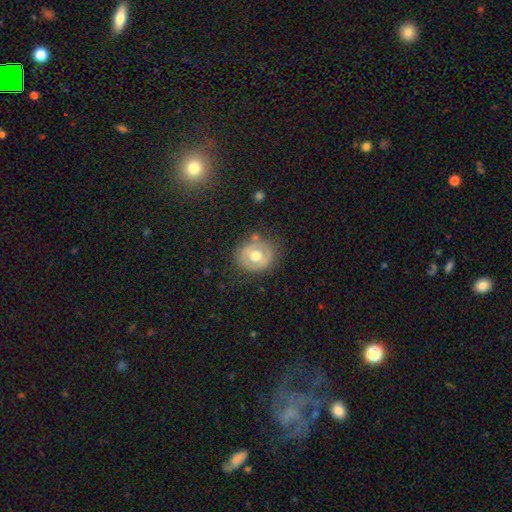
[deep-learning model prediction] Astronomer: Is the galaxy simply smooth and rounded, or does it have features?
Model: featured or disk — 46%, tied with smooth at 46%.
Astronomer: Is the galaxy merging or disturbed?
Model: none — 75%.